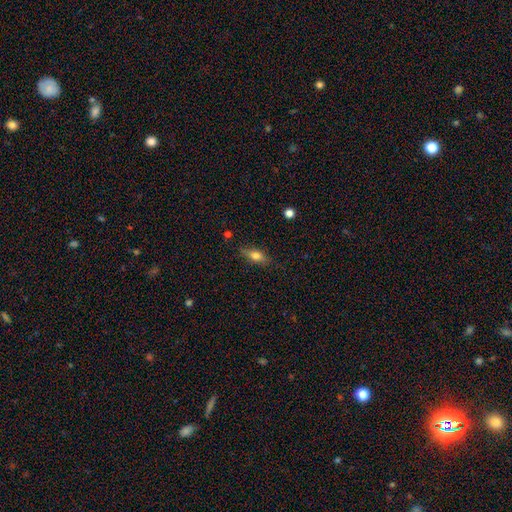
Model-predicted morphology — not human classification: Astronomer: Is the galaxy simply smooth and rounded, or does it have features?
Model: smooth — 69%.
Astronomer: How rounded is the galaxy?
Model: in between — 69%.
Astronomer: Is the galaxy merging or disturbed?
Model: none — 81%.